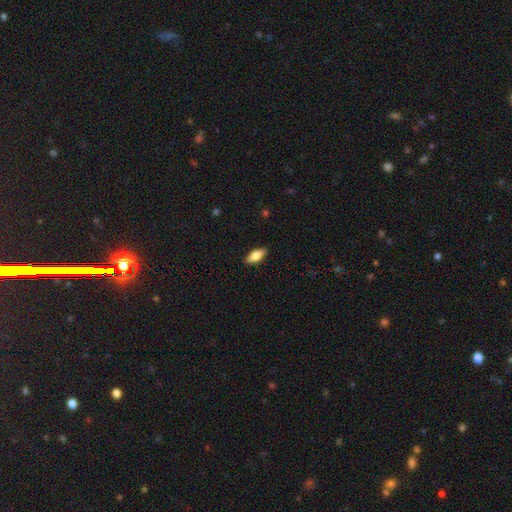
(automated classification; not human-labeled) Overall: smooth (76%). How rounded: in between (79%). Merging: none (88%).